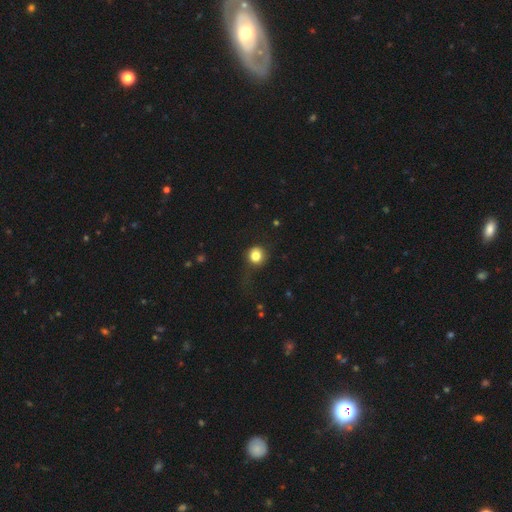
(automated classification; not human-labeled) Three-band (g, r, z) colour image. It shows a smooth galaxy with no disk features (82%) that is round (88%). Merging: none (66%).